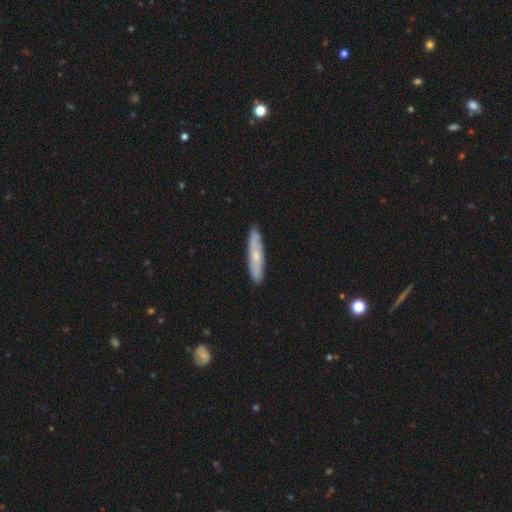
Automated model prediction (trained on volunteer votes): Morphology: type=smooth (50%); merging=none (89%).